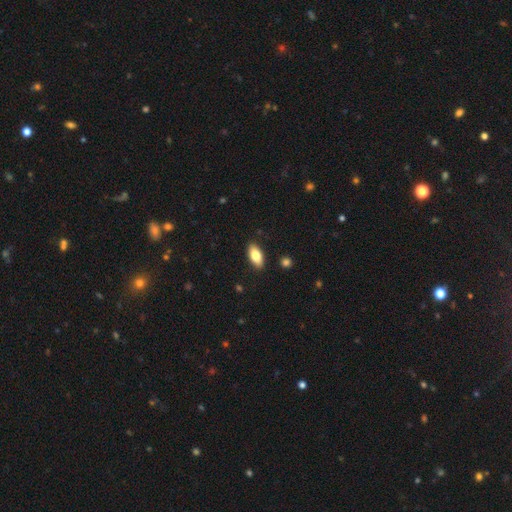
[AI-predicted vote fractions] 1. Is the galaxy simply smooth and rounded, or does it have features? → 79% smooth, 14% featured or disk, 6% star or artifact.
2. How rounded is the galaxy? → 89% in between, 8% cigar-shaped, 3% round.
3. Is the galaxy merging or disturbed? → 89% none, 8% minor disturbance, 2% major disturbance, 1% merger.